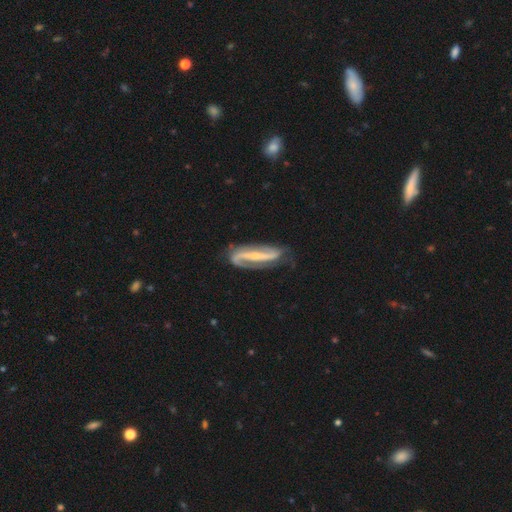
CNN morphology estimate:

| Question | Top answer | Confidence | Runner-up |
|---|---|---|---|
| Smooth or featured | featured or disk | 88% | smooth (7%) |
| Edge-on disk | no | 89% | yes (11%) |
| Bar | strong | 63% | weak (21%) |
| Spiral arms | yes | 96% | no (4%) |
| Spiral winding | loose | 39% | tied: medium (39%) |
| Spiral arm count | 2 | 90% | 1 (4%) |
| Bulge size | small | 68% | moderate (25%) |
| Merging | none | 72% | minor disturbance (19%) |